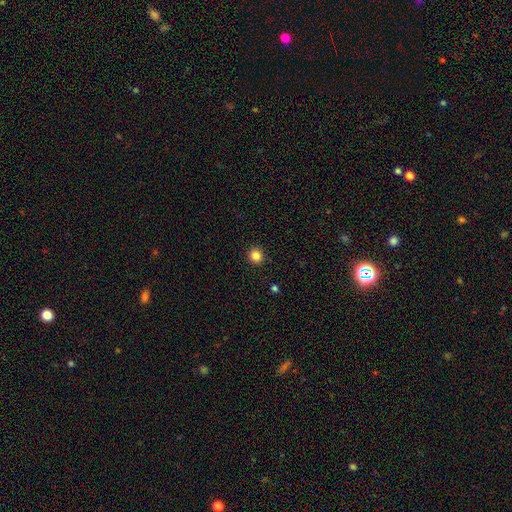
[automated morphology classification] type=smooth (85%); roundness=round (89%); merging=none (92%).